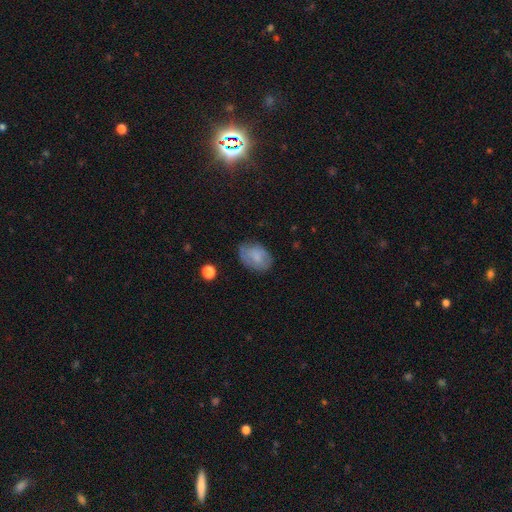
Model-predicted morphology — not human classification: Overall: smooth (70%). How rounded: in between (81%). Merging: none (65%).